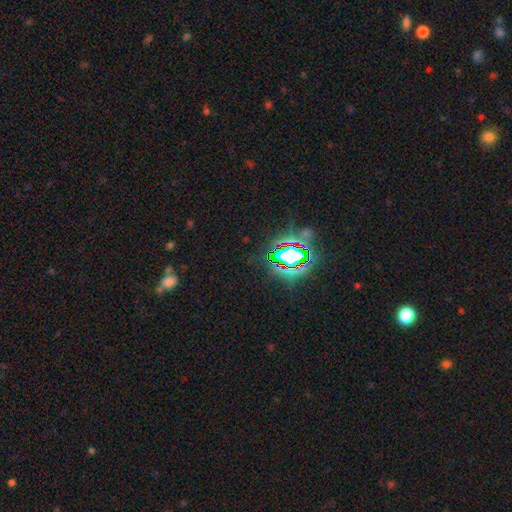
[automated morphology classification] Smooth or featured? star or artifact (79%)